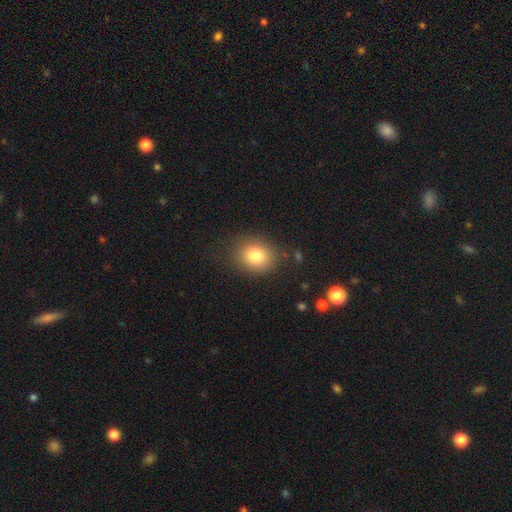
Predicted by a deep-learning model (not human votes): This is clearly a smooth galaxy (81%). How rounded: possibly round (57%). Merging: clearly none (81%).